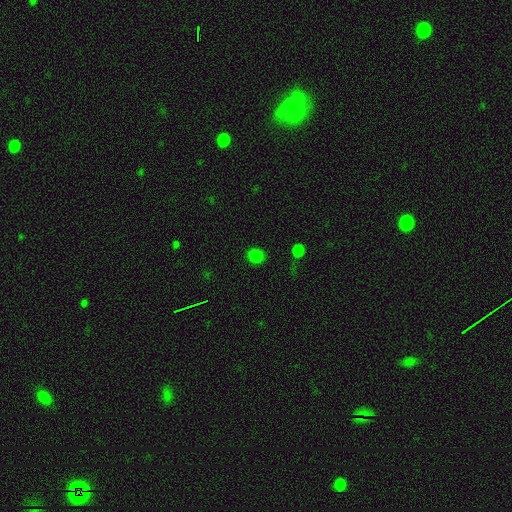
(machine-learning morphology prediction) This is clearly a smooth galaxy (80%). How rounded: clearly round (81%). Merging: clearly none (87%).